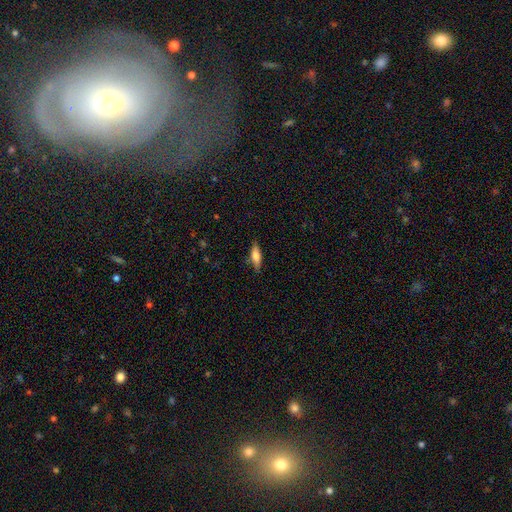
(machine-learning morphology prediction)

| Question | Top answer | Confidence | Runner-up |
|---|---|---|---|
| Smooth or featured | smooth | 63% | featured or disk (30%) |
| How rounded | cigar-shaped | 50% | in between (47%) |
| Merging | none | 82% | minor disturbance (14%) |